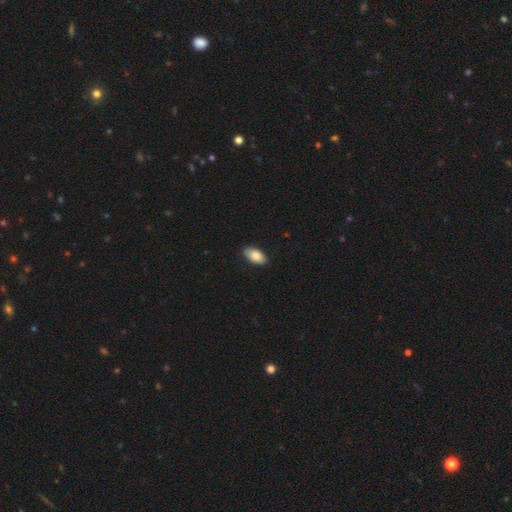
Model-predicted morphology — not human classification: This appears to be a smooth galaxy with no disk features (87%) that is in between round and cigar-shaped (95%). Merging: none (86%).